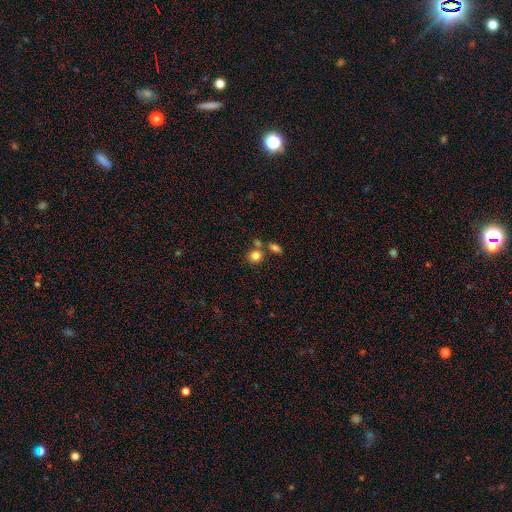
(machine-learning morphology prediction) This appears to be a smooth galaxy with no disk features (82%) that is round (81%). Merging: none (63%).